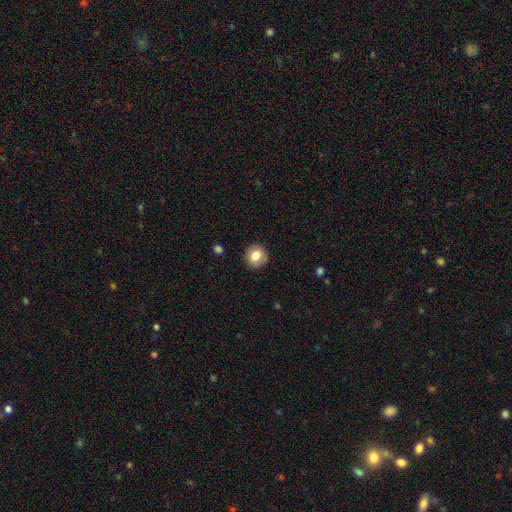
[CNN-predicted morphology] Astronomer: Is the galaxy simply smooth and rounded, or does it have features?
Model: smooth — 82%.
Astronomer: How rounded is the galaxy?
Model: round — 85%.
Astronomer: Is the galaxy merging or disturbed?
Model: none — 90%.